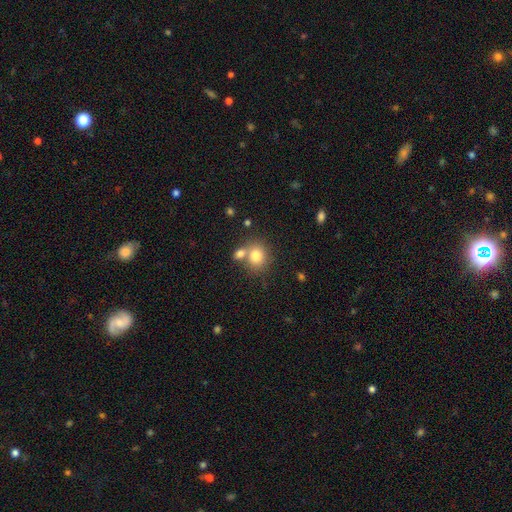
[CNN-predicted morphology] This appears to be a smooth galaxy with no disk features (79%) that is round (72%). Merging: none (53%).